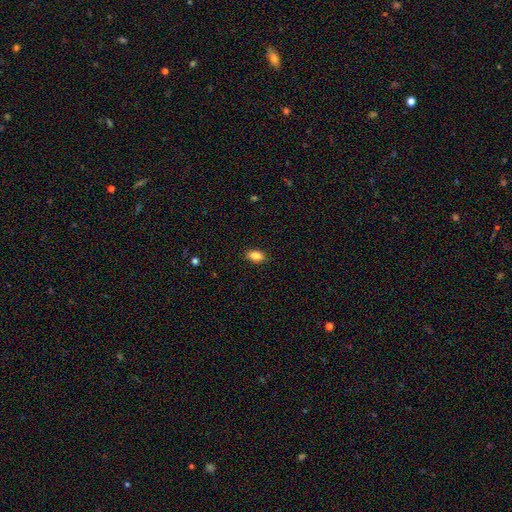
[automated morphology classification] Overall: smooth (87%). How rounded: in between (90%). Merging: none (89%).